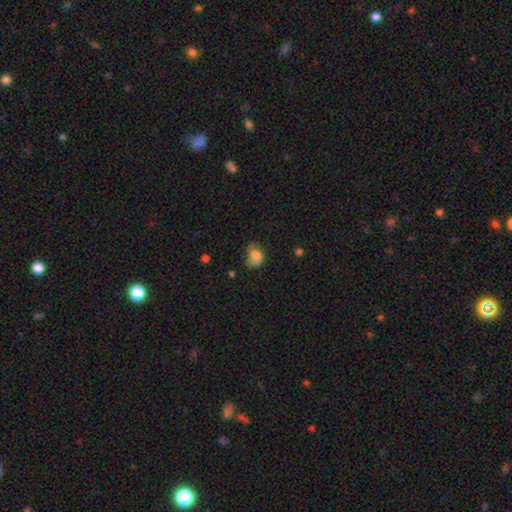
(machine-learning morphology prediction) smooth 79%, featured or disk 11%, star or artifact 10%. Down the decision tree: how rounded — in between (61%); merging — none (42%).